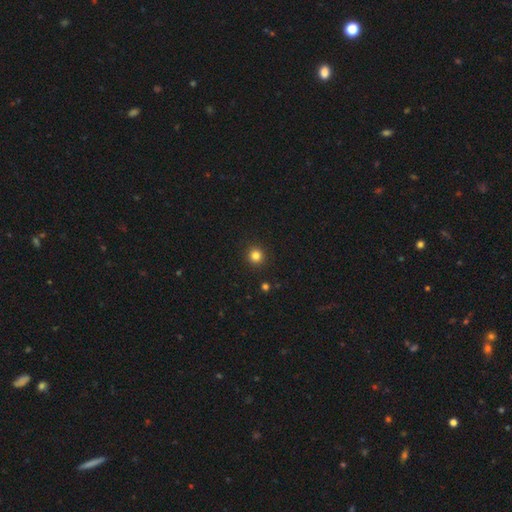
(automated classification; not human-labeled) This appears to be a smooth galaxy with no disk features (83%) that is round (94%). Merging: none (93%).